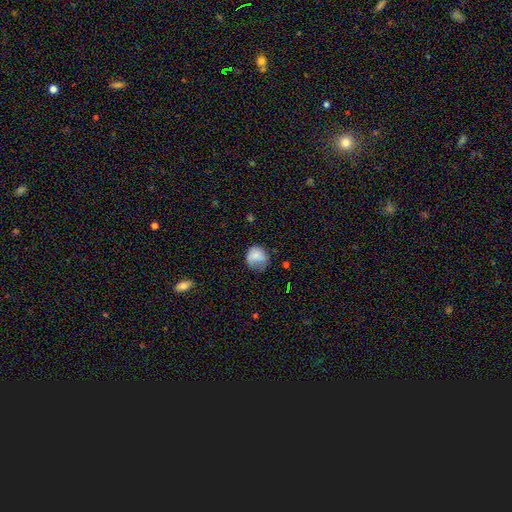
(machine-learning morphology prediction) This appears to be a smooth galaxy with no disk features (78%) that is round (74%). Merging: none (52%).